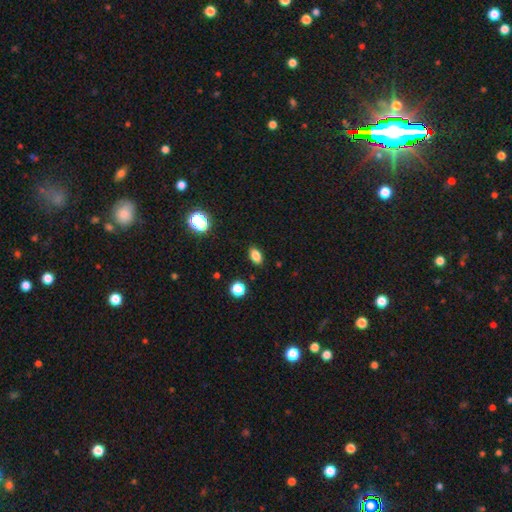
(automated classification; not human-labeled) This appears to be a smooth galaxy with no disk features (84%) that is in between round and cigar-shaped (84%). Merging: none (88%).